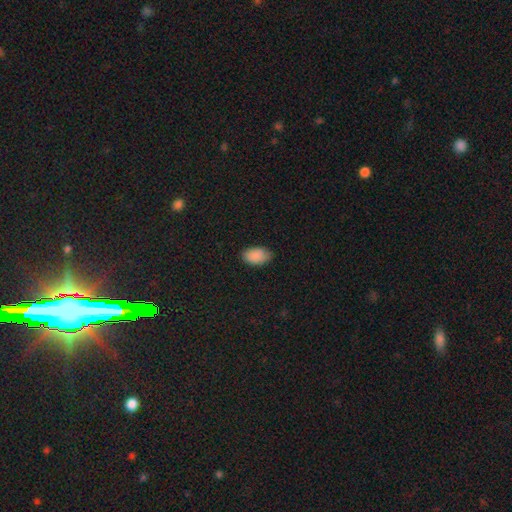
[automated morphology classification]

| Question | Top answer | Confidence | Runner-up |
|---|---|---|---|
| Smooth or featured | smooth | 89% | star or artifact (7%) |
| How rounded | in between | 93% | round (6%) |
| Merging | none | 82% | minor disturbance (15%) |